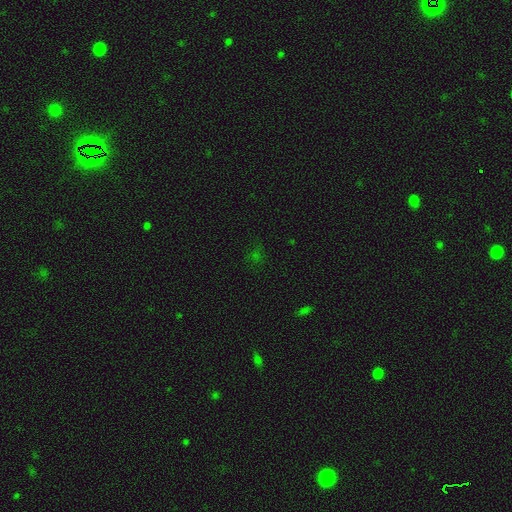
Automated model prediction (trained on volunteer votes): Morphology: type=star or artifact (61%).